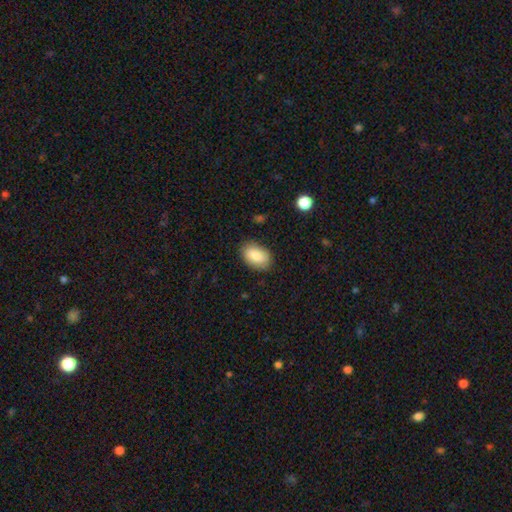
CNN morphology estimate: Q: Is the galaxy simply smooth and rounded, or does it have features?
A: smooth — 85%.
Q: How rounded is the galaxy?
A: in between — 91%.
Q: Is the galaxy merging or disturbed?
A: none — 84%.